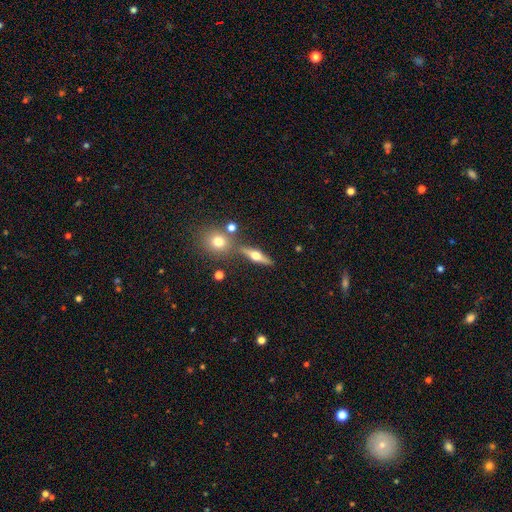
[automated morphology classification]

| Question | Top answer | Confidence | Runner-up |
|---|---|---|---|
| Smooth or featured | featured or disk | 63% | smooth (29%) |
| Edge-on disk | yes | 92% | no (8%) |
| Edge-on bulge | rounded | 96% | boxy (3%) |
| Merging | none | 78% | minor disturbance (10%) |